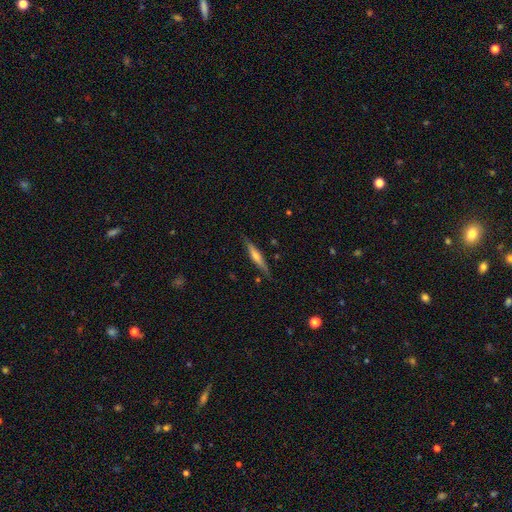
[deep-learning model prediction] This appears to be a featured or disk galaxy (61%) viewed edge-on (96%) with a rounded central bulge (72%). Merging: none (86%).